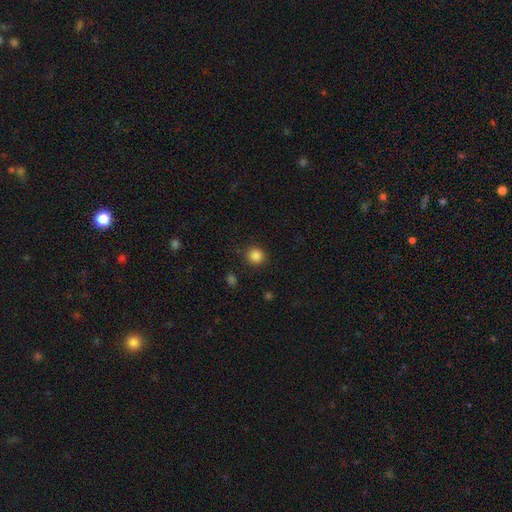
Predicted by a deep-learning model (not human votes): smooth-or-featured: smooth: 86% | star or artifact: 11% | featured or disk: 3%
  how-rounded: round: 89% | in between: 10% | cigar-shaped: 1%
  merging: none: 87% | minor disturbance: 8% | major disturbance: 3% | merger: 2%